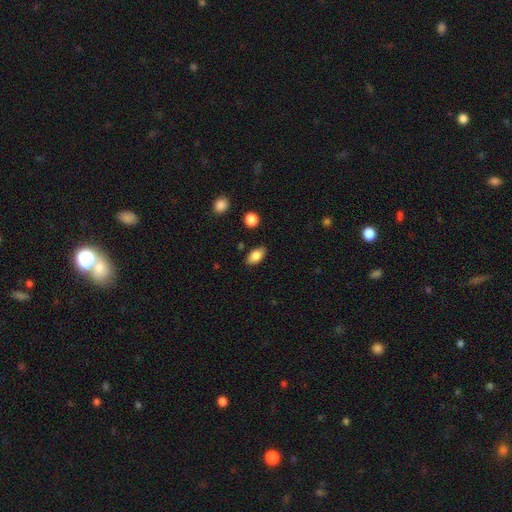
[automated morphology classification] A smooth galaxy with no disk features (84%) that is in between round and cigar-shaped (90%).

Vote fractions:
- Smooth or featured? smooth: 84% / featured or disk: 9% / star or artifact: 8%
- How rounded? in between: 90% / round: 6% / cigar-shaped: 4%
- Merging? none: 84% / minor disturbance: 12% / major disturbance: 3% / merger: 2%